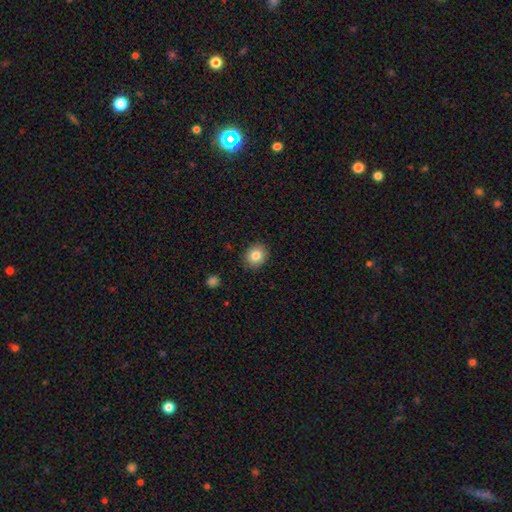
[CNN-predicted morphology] smooth-or-featured: smooth: 83% | star or artifact: 10% | featured or disk: 8%
  how-rounded: round: 72% | in between: 27% | cigar-shaped: 1%
  merging: none: 89% | minor disturbance: 8% | major disturbance: 2% | merger: 1%